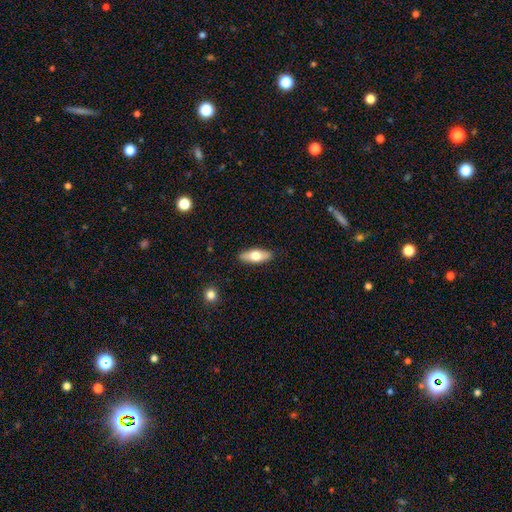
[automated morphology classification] A smooth galaxy with no disk features (66%) that is in between round and cigar-shaped (72%).

Vote fractions:
- Smooth or featured? smooth: 66% / featured or disk: 28% / star or artifact: 6%
- How rounded? in between: 72% / cigar-shaped: 26% / round: 3%
- Merging? none: 88% / minor disturbance: 9% / major disturbance: 2% / merger: 1%